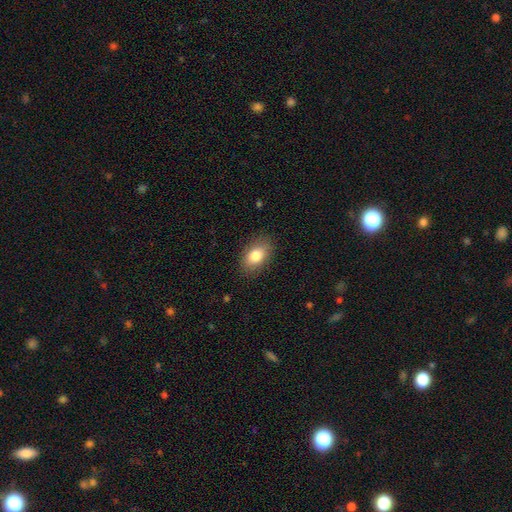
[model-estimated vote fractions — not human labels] This is clearly a smooth galaxy (82%). How rounded: clearly in between (87%). Merging: clearly none (85%).